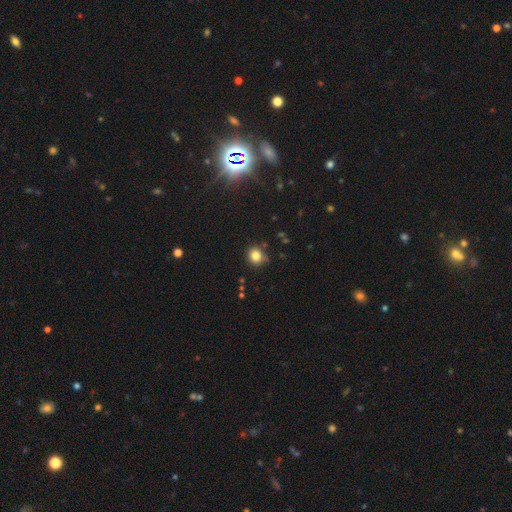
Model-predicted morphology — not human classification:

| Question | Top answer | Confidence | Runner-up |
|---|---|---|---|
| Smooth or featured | smooth | 82% | star or artifact (13%) |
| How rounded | round | 87% | in between (12%) |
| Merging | none | 78% | minor disturbance (15%) |